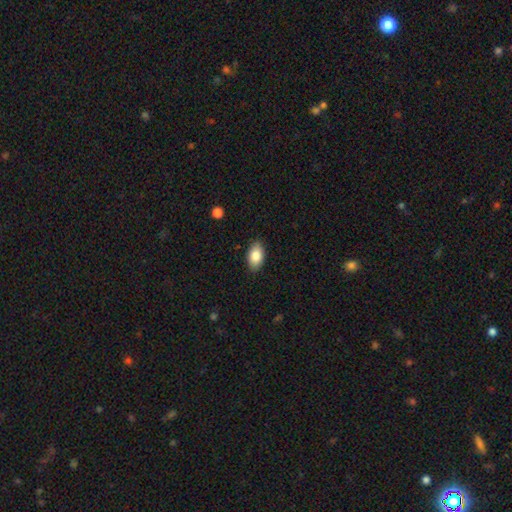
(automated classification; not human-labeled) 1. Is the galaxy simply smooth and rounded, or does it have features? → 84% smooth, 9% featured or disk, 7% star or artifact.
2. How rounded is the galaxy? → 92% in between, 6% round, 2% cigar-shaped.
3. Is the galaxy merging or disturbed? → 87% none, 10% minor disturbance, 2% major disturbance, 1% merger.